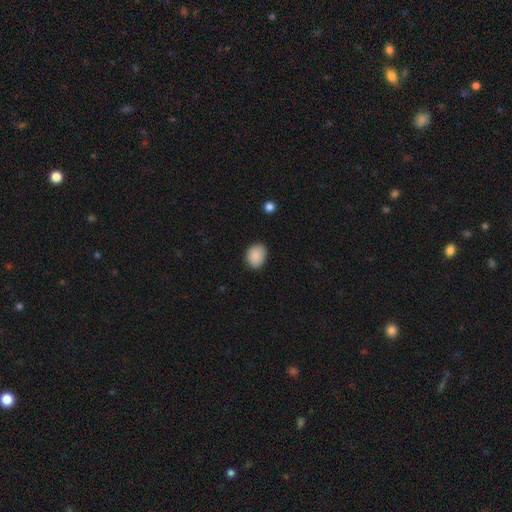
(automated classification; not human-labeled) Morphology: type=smooth (88%); roundness=in between (61%); merging=none (82%).